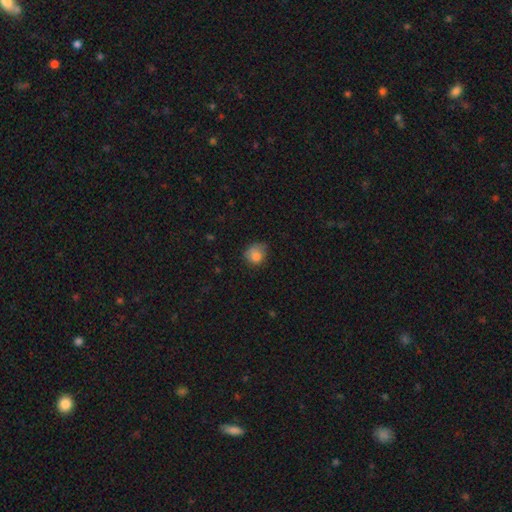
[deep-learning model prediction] Overall: smooth (82%). How rounded: round (73%). Merging: none (52%; minor disturbance 35%).